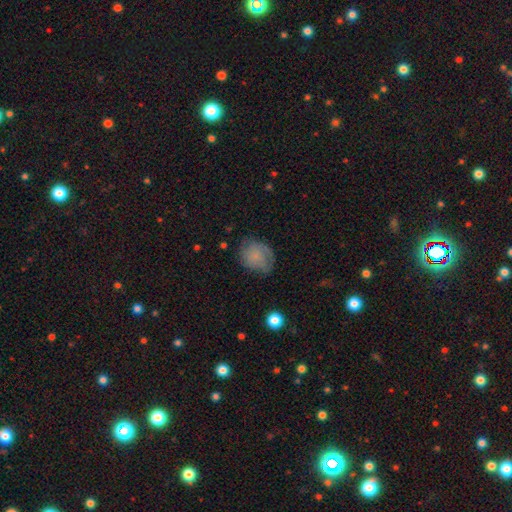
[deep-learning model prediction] The model was most divided on "how rounded": round: 57%, in between: 42%, cigar-shaped: 1%. More confident: smooth or featured — smooth (67%); merging — none (58%).